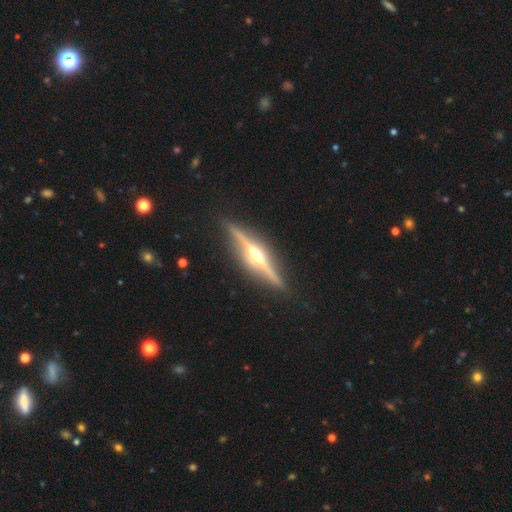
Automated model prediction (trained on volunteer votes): Morphology: type=featured or disk (85%); edge-on=yes (98%); edge-on bulge=rounded (93%); merging=none (90%).